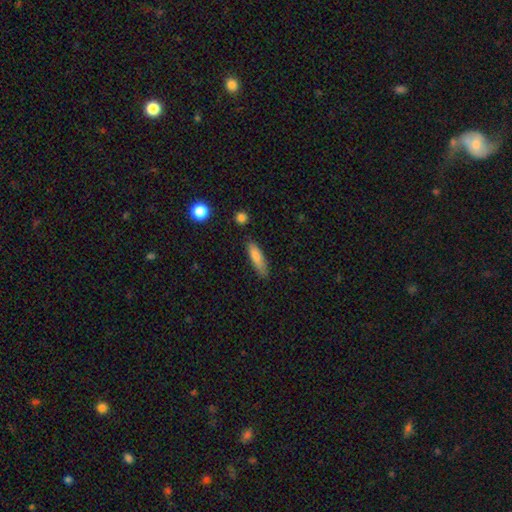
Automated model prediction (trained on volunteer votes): Overall: smooth (79%). How rounded: cigar-shaped (65%; in between 33%). Merging: none (75%).